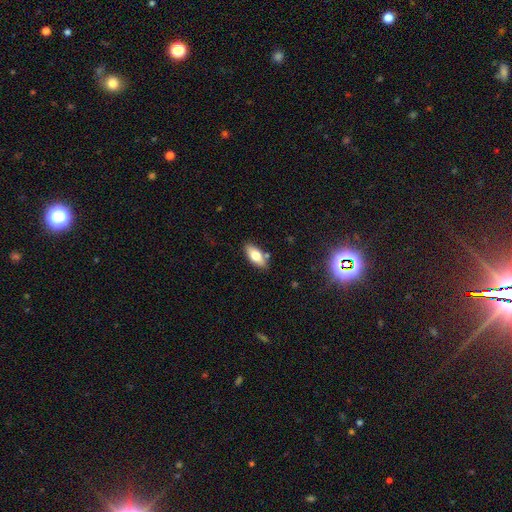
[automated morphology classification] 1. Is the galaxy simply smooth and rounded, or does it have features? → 73% smooth, 20% featured or disk, 7% star or artifact.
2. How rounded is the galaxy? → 82% in between, 15% cigar-shaped, 3% round.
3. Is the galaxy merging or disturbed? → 82% none, 11% minor disturbance, 4% merger, 2% major disturbance.